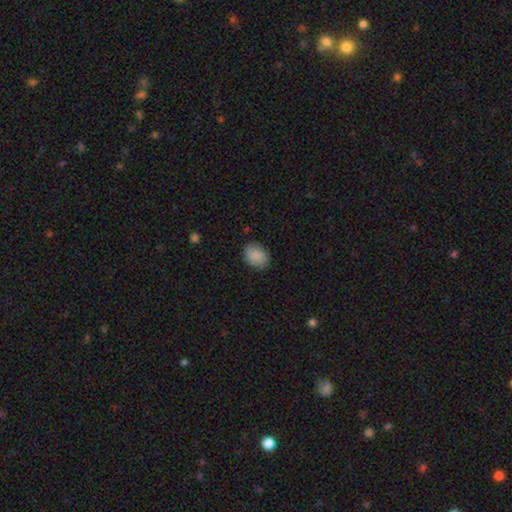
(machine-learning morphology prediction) Smooth or featured? Predicted: smooth (p=0.87). How rounded? Predicted: in between (p=0.54). Merging? Predicted: none (p=0.82).